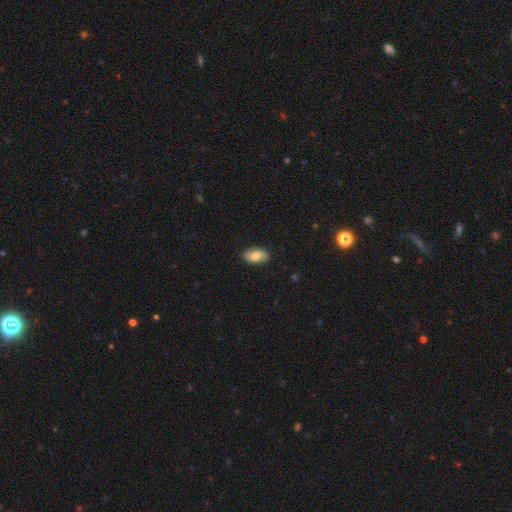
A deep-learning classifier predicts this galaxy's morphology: A smooth galaxy with no disk features (71%) that is in between round and cigar-shaped (93%).

Vote fractions:
- Smooth or featured? smooth: 71% / featured or disk: 22% / star or artifact: 7%
- How rounded? in between: 93% / round: 4% / cigar-shaped: 3%
- Merging? none: 85% / minor disturbance: 12% / major disturbance: 2% / merger: 1%